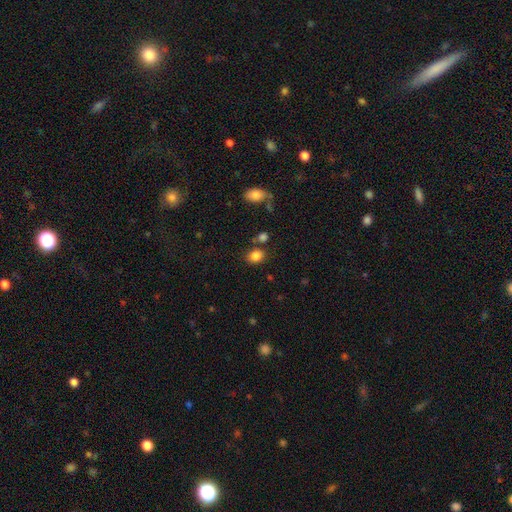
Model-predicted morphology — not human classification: Q: Smooth or featured?
A: smooth (84%); runner-up: star or artifact (11%)
Q: How rounded?
A: in between (52%); runner-up: round (47%)
Q: Merging?
A: none (75%); runner-up: minor disturbance (12%)